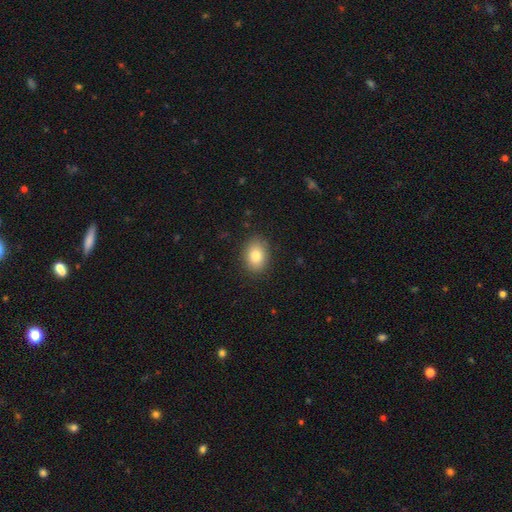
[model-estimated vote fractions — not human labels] This appears to be a smooth galaxy with no disk features (82%) that is in between round and cigar-shaped (70%). Merging: none (87%).